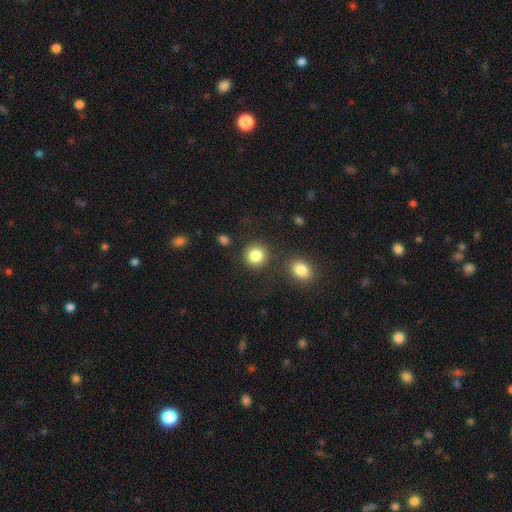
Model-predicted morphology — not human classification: Smooth or featured: smooth — 85% (star or artifact — 10%)
How rounded: round — 89% (in between — 10%)
Merging: none — 83% (minor disturbance — 8%)